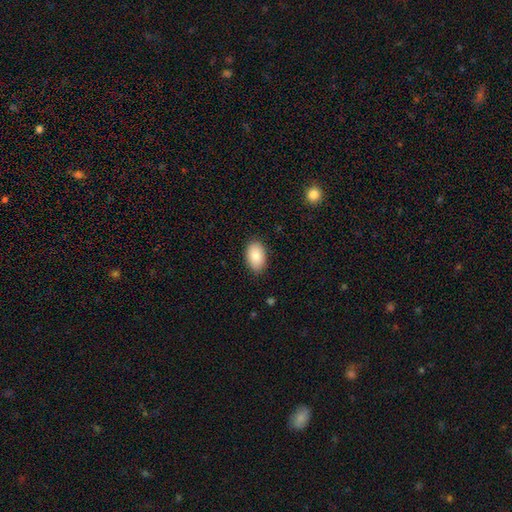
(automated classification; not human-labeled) This is clearly a smooth galaxy (88%). How rounded: clearly in between (93%). Merging: clearly none (86%).